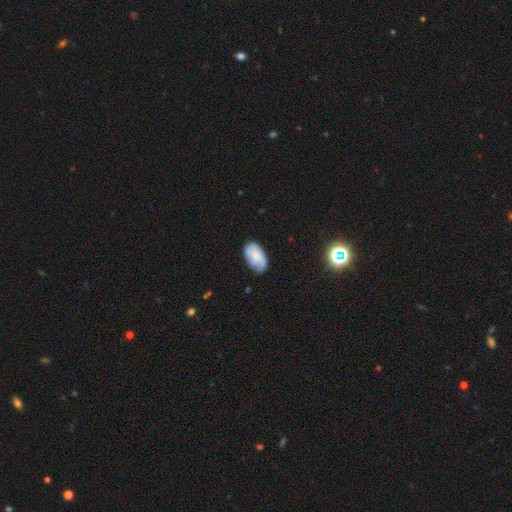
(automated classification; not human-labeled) A smooth galaxy with no disk features (65%) that is in between round and cigar-shaped (93%). Merging: none (63%).